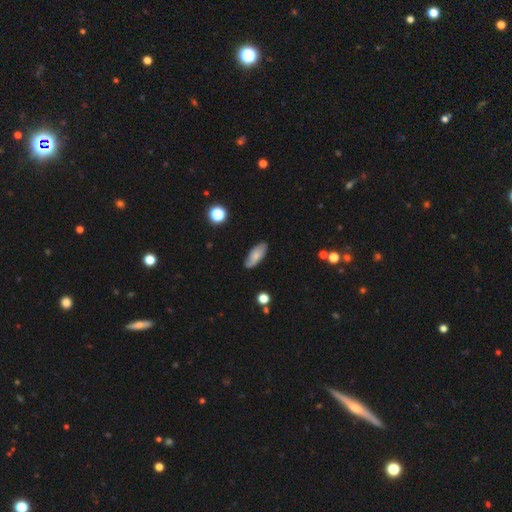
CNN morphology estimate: smooth 71%, featured or disk 21%, star or artifact 8%. Down the decision tree: how rounded — in between (81%); merging — none (79%).